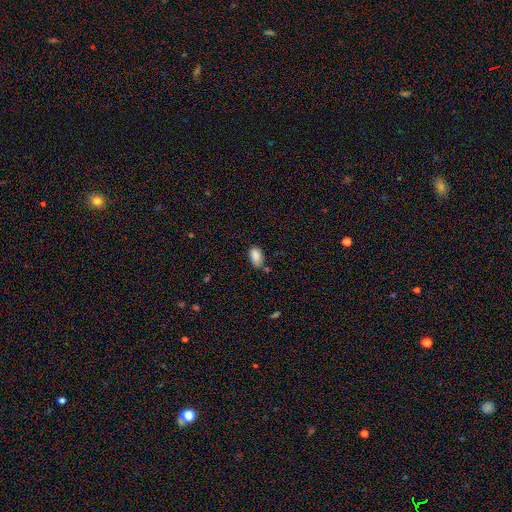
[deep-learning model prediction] The model was most divided on "merging": none: 59%, minor disturbance: 27%, merger: 8%, major disturbance: 5%. More confident: how rounded — in between (92%); smooth or featured — smooth (87%).